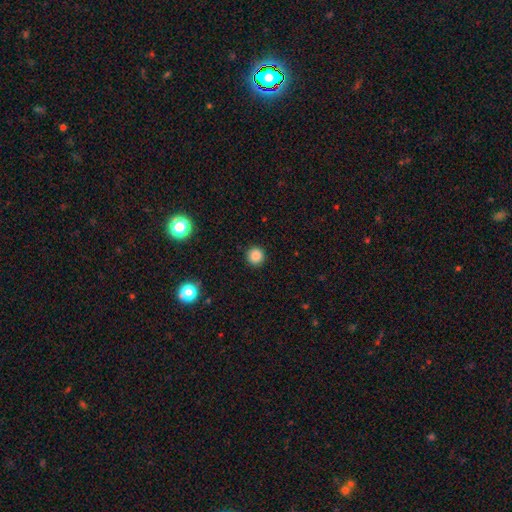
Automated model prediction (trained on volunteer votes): smooth_or_featured: smooth (p=0.86) [alt: star or artifact p=0.11]
how_rounded: round (p=0.95) [alt: in between p=0.04]
merging: none (p=0.92) [alt: minor disturbance p=0.05]